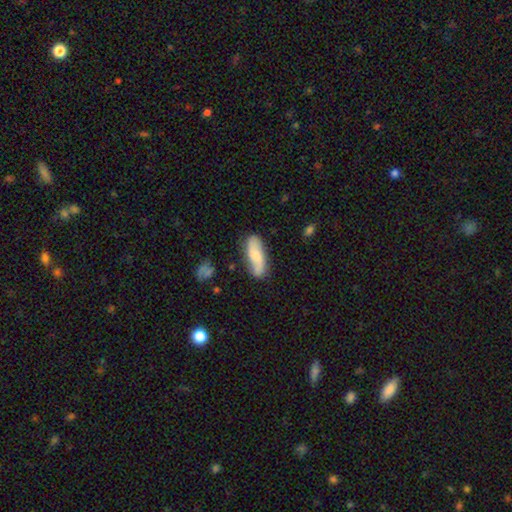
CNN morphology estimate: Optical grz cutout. It shows a smooth galaxy with no disk features (58%) that is in between round and cigar-shaped (60%). Merging: none (74%).